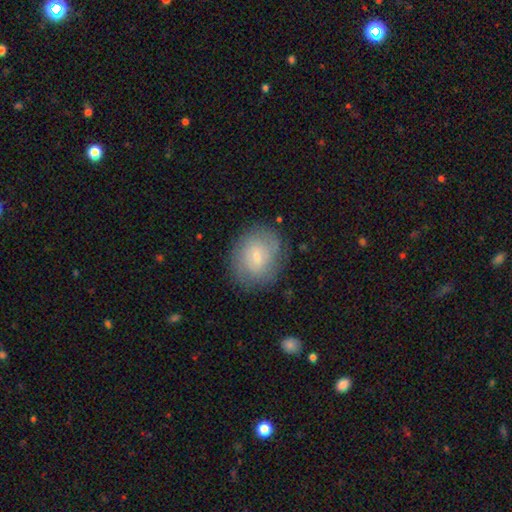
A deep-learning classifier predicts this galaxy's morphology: The model was most divided on "smooth or featured": smooth: 53%, featured or disk: 38%, star or artifact: 9%. More confident: merging — none (78%); how rounded — round (61%).